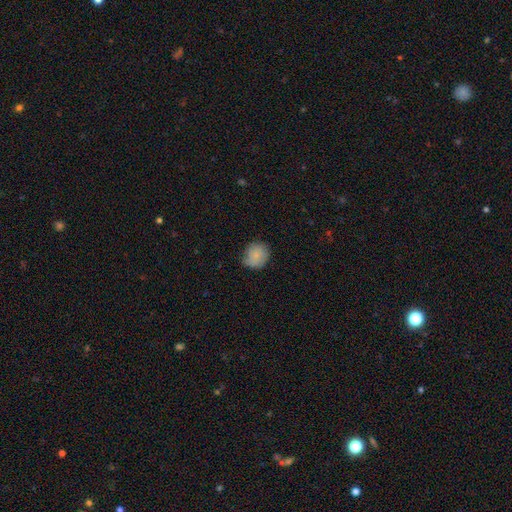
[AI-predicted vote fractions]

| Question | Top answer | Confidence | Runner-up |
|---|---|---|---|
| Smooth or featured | smooth | 83% | featured or disk (9%) |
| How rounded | round | 81% | in between (18%) |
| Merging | none | 64% | minor disturbance (29%) |